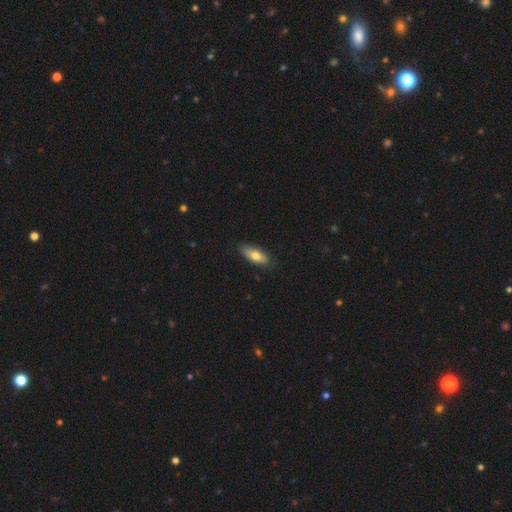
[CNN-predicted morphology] This is likely a smooth galaxy (71%). How rounded: likely in between (76%). Merging: clearly none (83%).